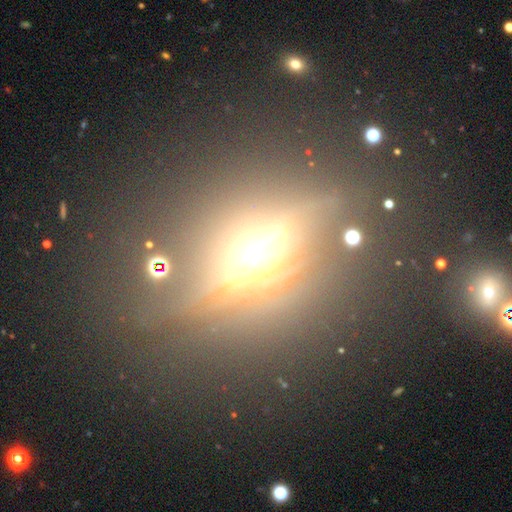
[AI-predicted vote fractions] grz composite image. It shows a featured or disk galaxy (67%) viewed edge-on (84%) with a rounded central bulge (84%). Merging: none (75%).